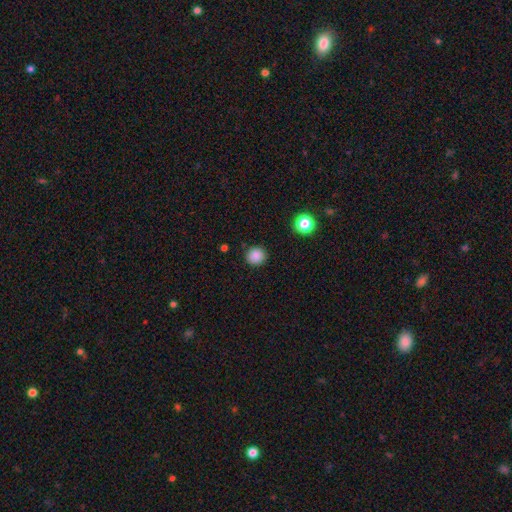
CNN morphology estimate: The model was most divided on "smooth or featured": smooth: 86%, star or artifact: 11%, featured or disk: 4%. More confident: how rounded — round (90%); merging — none (89%).